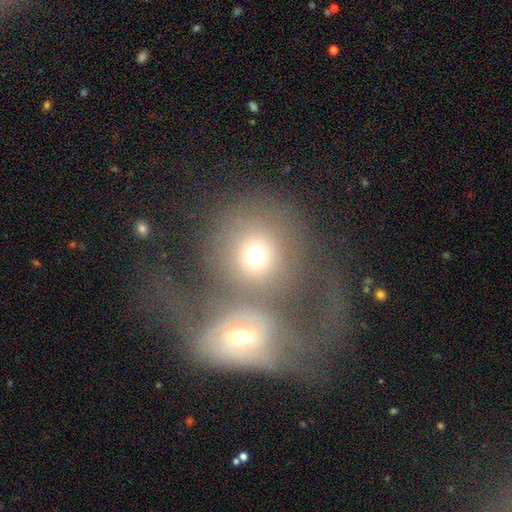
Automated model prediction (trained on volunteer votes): Smooth or featured? smooth (63%)
How rounded? round (77%)
Merging? merger (60%)